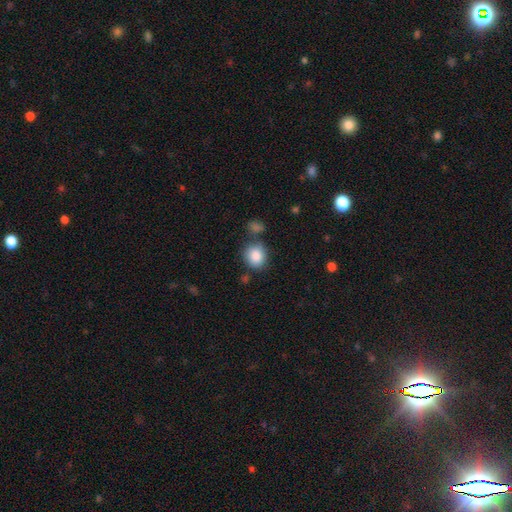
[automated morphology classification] A smooth galaxy with no disk features (86%) that is round (76%).

Vote fractions:
- Smooth or featured? smooth: 86% / star or artifact: 8% / featured or disk: 6%
- How rounded? round: 76% / in between: 23% / cigar-shaped: 1%
- Merging? none: 70% / minor disturbance: 14% / merger: 12% / major disturbance: 4%